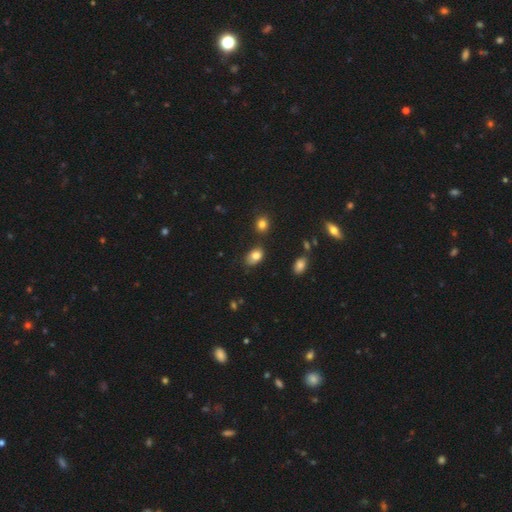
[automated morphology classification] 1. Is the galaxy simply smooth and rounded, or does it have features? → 82% smooth, 9% star or artifact, 9% featured or disk.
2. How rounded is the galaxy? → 86% in between, 13% round, 2% cigar-shaped.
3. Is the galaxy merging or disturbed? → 69% none, 21% minor disturbance, 5% merger, 5% major disturbance.